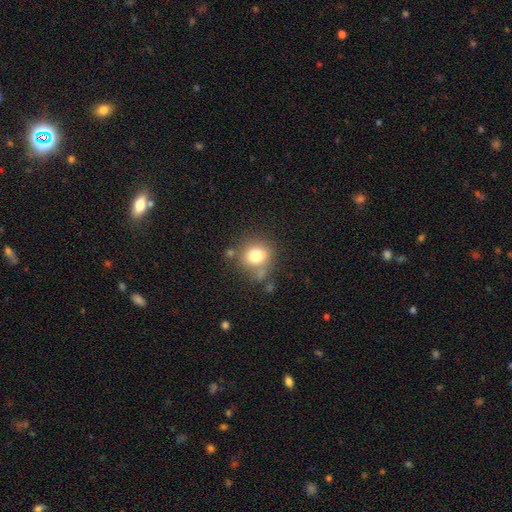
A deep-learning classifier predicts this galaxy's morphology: This appears to be a smooth galaxy with no disk features (76%) that is round (77%). Merging: none (64%).